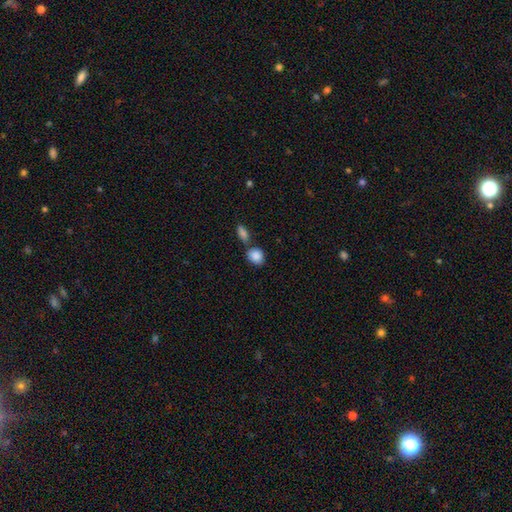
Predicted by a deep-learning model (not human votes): This is clearly a smooth galaxy (88%). How rounded: possibly round (51%). Merging: possibly none (60%).